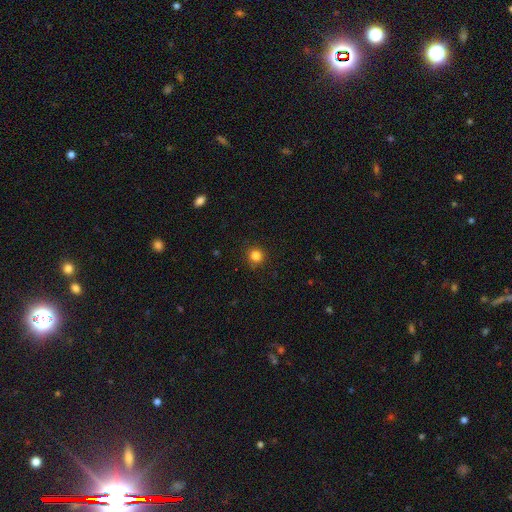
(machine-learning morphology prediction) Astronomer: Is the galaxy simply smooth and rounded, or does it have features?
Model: smooth — 83%.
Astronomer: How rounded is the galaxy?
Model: round — 93%.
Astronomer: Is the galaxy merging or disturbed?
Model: none — 89%.